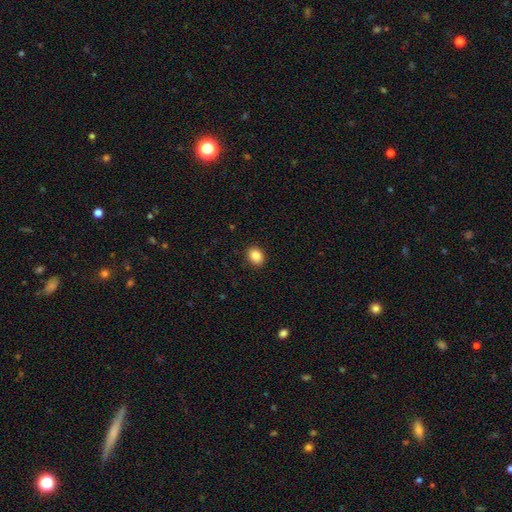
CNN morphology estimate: A smooth galaxy with no disk features (86%) that is in between round and cigar-shaped (64%).

Vote fractions:
- Smooth or featured? smooth: 86% / star or artifact: 9% / featured or disk: 5%
- How rounded? in between: 64% / round: 35% / cigar-shaped: 1%
- Merging? none: 91% / minor disturbance: 7% / major disturbance: 2% / merger: 1%